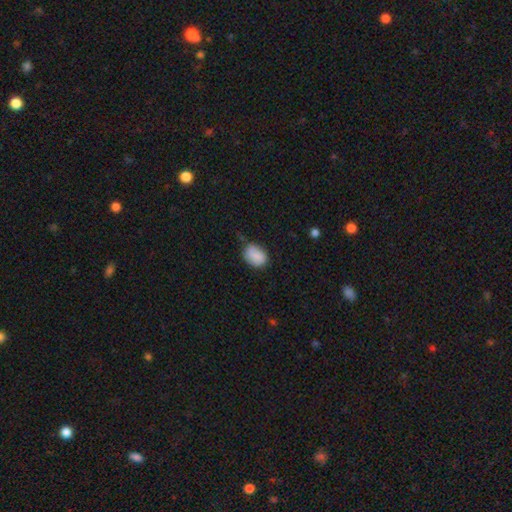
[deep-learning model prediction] A smooth galaxy with no disk features (82%) that is in between round and cigar-shaped (64%). Merging: none (62%).